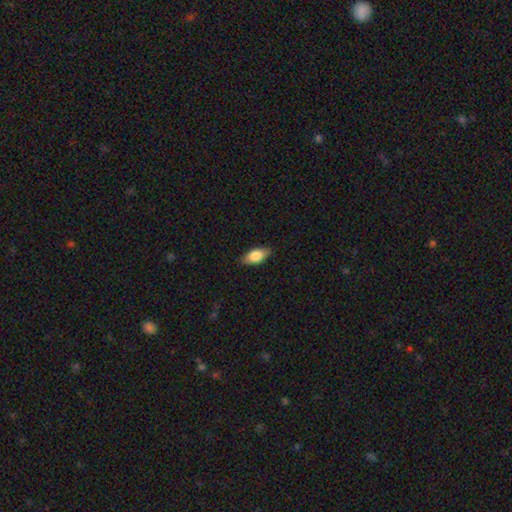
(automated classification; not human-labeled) Morphology: type=smooth (80%); roundness=in between (89%); merging=none (86%).